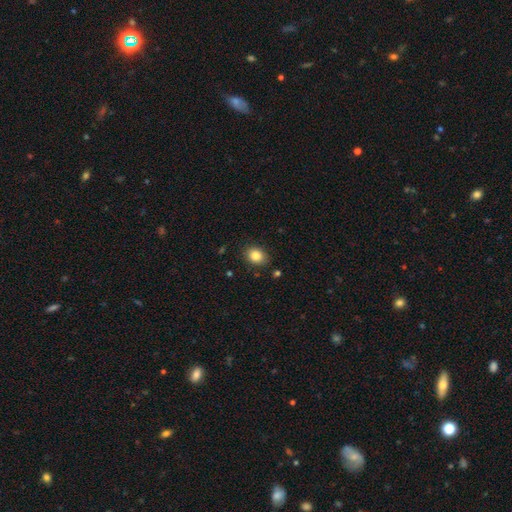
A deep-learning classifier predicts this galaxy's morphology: Smooth or featured? Predicted: smooth (p=0.85). How rounded? Predicted: in between (p=0.58). Merging? Predicted: none (p=0.87).